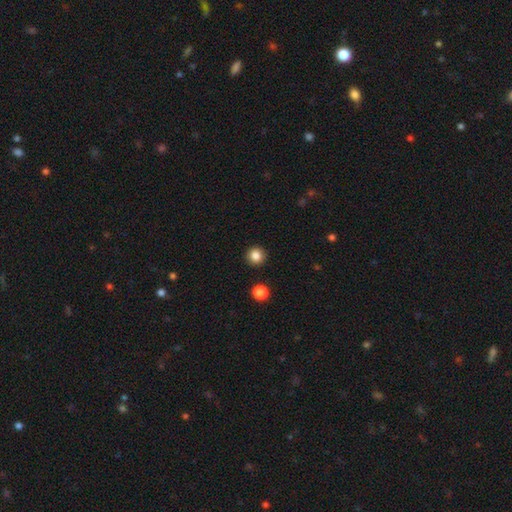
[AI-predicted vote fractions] This is clearly a smooth galaxy (85%). How rounded: clearly round (94%). Merging: clearly none (92%).